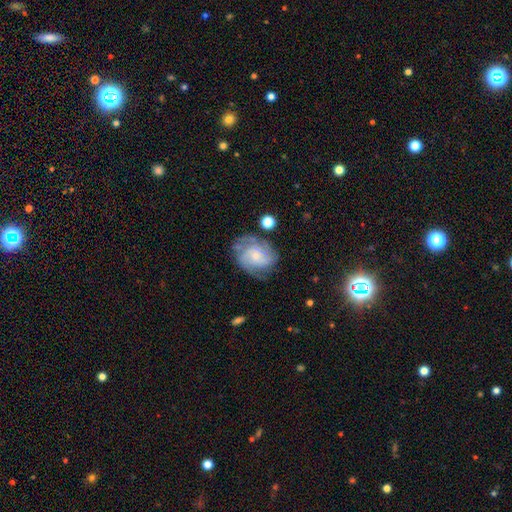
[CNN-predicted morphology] Smooth or featured: featured or disk — 74% (smooth — 19%)
Edge-on disk: no — 98% (yes — 2%)
Bar: no — 75% (weak — 22%)
Spiral arms: yes — 91% (no — 9%)
Spiral winding: tight — 50% (medium — 38%)
Spiral arm count: can't tell — 31% (2 — 25%)
Bulge size: small — 72% (moderate — 21%)
Merging: none — 63% (minor disturbance — 22%)